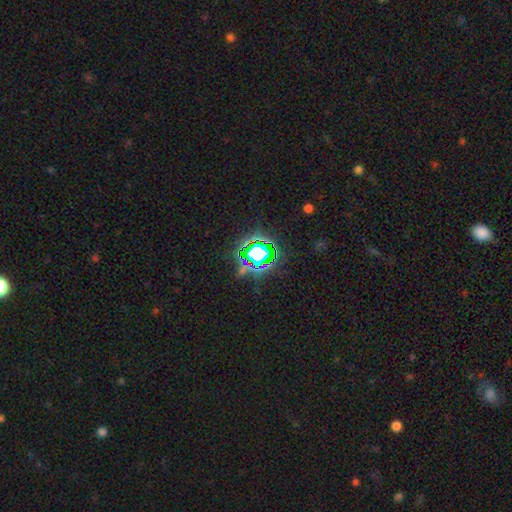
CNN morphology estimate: Smooth or featured? Predicted: star or artifact (p=0.71).